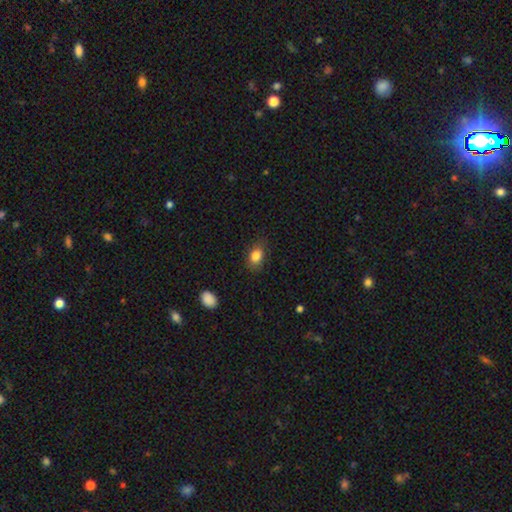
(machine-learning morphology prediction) Smooth or featured?
  - smooth: 84% *
  - star or artifact: 9%
  - featured or disk: 8%
How rounded?
  - in between: 79% *
  - round: 20%
  - cigar-shaped: 2%
Merging?
  - none: 78% *
  - minor disturbance: 16%
  - major disturbance: 4%
  - merger: 1%